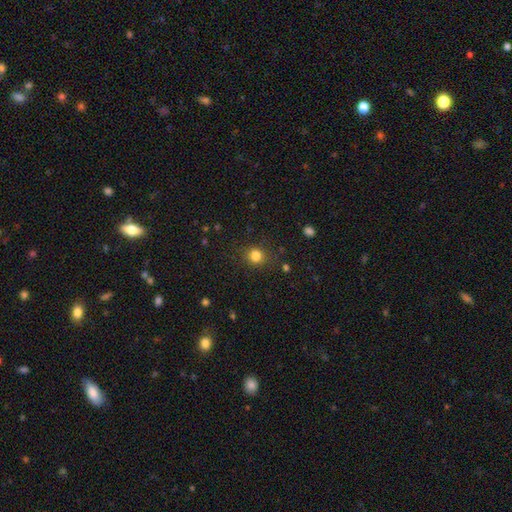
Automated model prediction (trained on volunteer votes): The model was most divided on "smooth or featured": smooth: 82%, star or artifact: 13%, featured or disk: 5%. More confident: merging — none (85%); how rounded — round (85%).